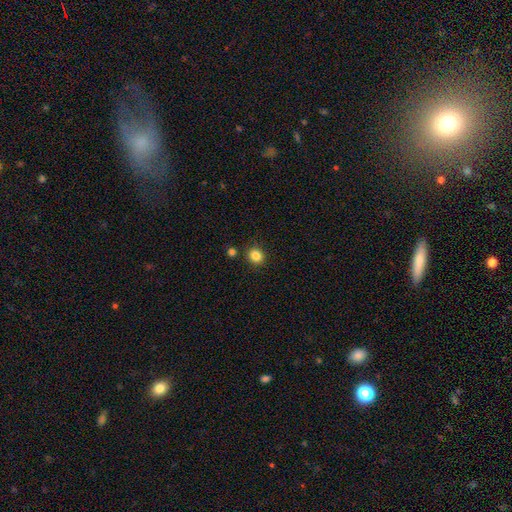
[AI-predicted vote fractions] Smooth or featured? Predicted: smooth (p=0.85). How rounded? Predicted: round (p=0.84). Merging? Predicted: none (p=0.86).